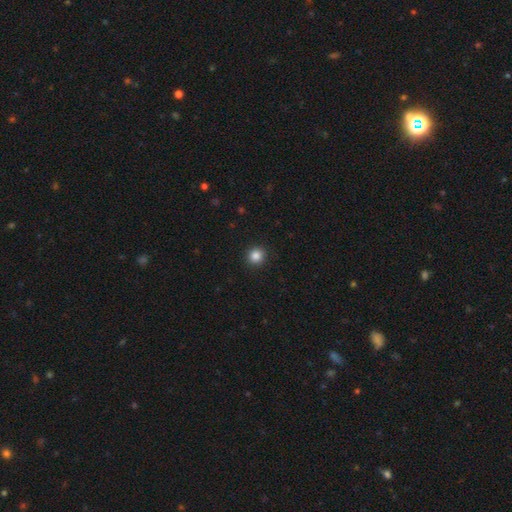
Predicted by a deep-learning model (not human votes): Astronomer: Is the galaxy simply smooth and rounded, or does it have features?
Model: smooth — 85%.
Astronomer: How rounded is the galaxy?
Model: round — 94%.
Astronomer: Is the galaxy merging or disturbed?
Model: none — 92%.